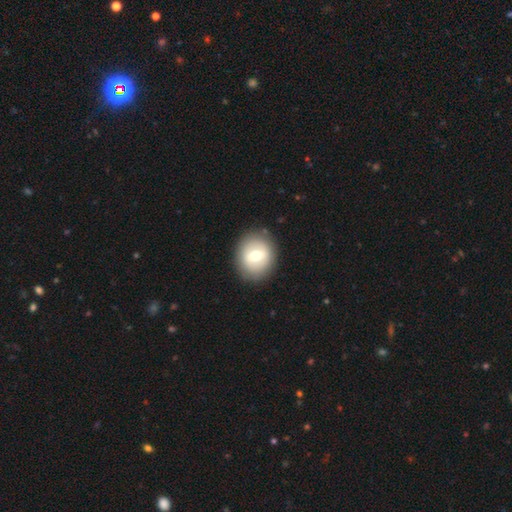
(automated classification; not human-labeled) Q: Smooth or featured?
A: smooth (59%); runner-up: featured or disk (33%)
Q: How rounded?
A: round (73%); runner-up: in between (26%)
Q: Merging?
A: none (86%); runner-up: minor disturbance (9%)